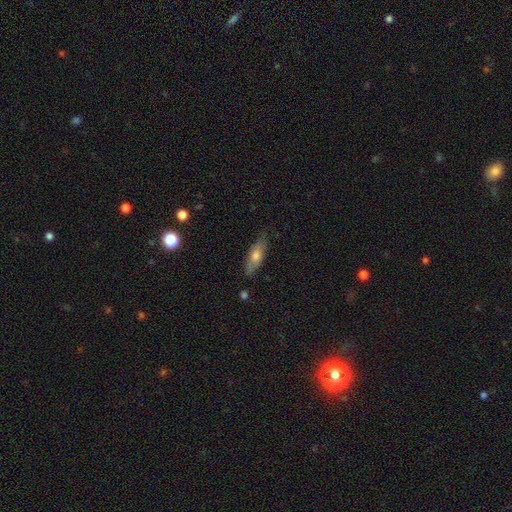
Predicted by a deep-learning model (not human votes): A smooth galaxy with no disk features (61%) that is in between round and cigar-shaped (58%).

Vote fractions:
- Smooth or featured? smooth: 61% / featured or disk: 32% / star or artifact: 7%
- How rounded? in between: 58% / cigar-shaped: 39% / round: 3%
- Merging? none: 79% / minor disturbance: 17% / major disturbance: 3% / merger: 2%